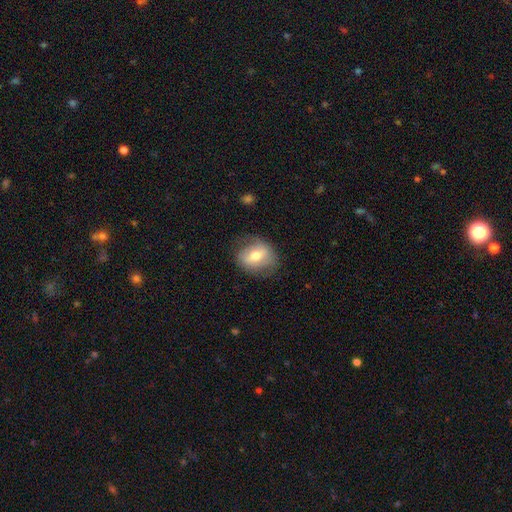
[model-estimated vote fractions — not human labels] A smooth galaxy with no disk features (58%) that is in between round and cigar-shaped (57%).

Vote fractions:
- Smooth or featured? smooth: 58% / featured or disk: 35% / star or artifact: 7%
- How rounded? in between: 57% / round: 41% / cigar-shaped: 1%
- Merging? none: 69% / minor disturbance: 22% / major disturbance: 8% / merger: 1%